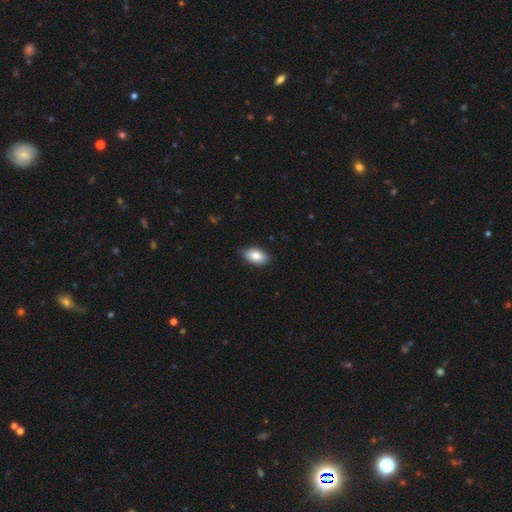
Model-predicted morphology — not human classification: Overall: smooth (84%). How rounded: in between (93%). Merging: none (82%).